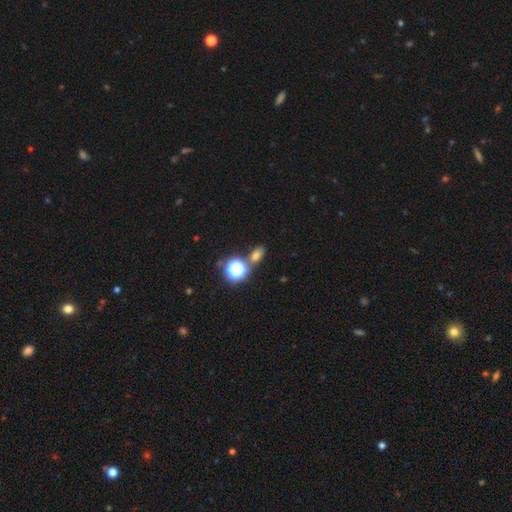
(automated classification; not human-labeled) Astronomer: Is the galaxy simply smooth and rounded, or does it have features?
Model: smooth — 64%.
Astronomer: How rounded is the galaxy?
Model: in between — 72%.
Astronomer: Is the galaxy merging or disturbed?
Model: none — 73%.